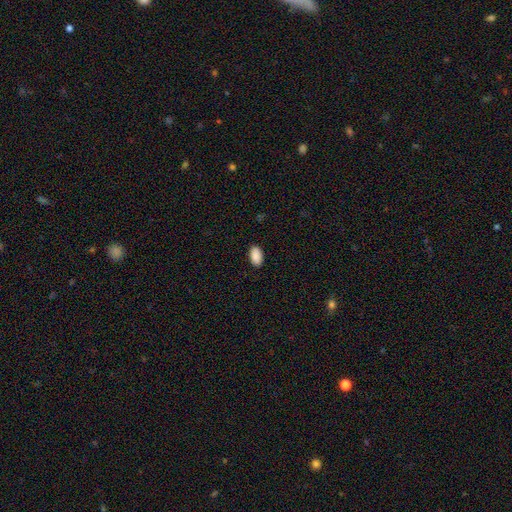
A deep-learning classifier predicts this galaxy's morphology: A smooth galaxy with no disk features (91%) that is in between round and cigar-shaped (95%).

Vote fractions:
- Smooth or featured? smooth: 91% / star or artifact: 7% / featured or disk: 3%
- How rounded? in between: 95% / round: 4% / cigar-shaped: 2%
- Merging? none: 88% / minor disturbance: 9% / major disturbance: 2% / merger: 1%